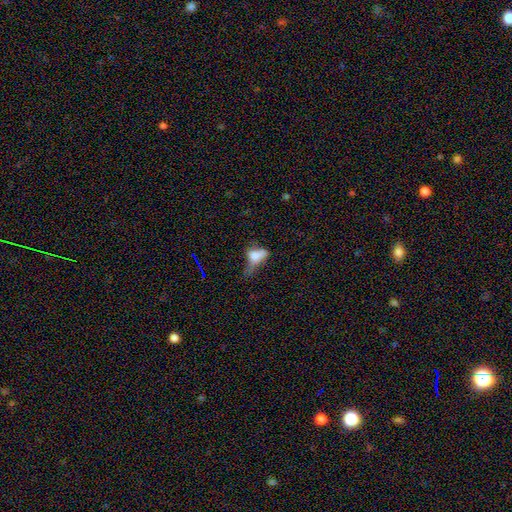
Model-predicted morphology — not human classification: This is possibly a smooth galaxy (59%). How rounded: likely in between (74%). Merging: possibly major disturbance (48%).